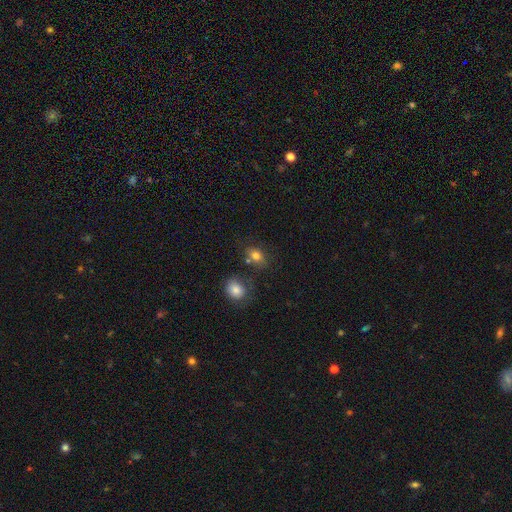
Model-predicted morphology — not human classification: smooth 79%, star or artifact 11%, featured or disk 9%. Down the decision tree: how rounded — in between (70%); merging — none (62%).